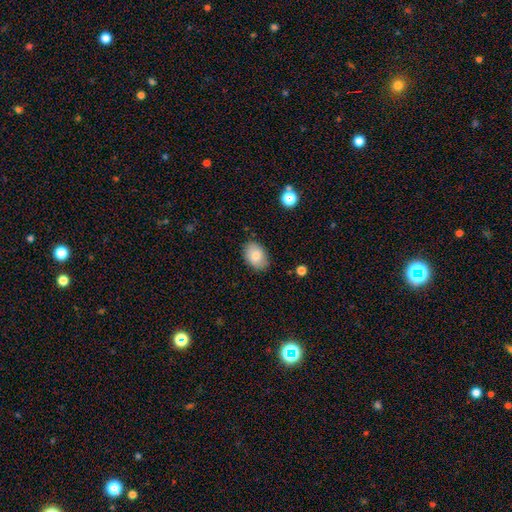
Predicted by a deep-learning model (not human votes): Smooth or featured? Predicted: smooth (p=0.80). How rounded? Predicted: in between (p=0.83). Merging? Predicted: none (p=0.84).